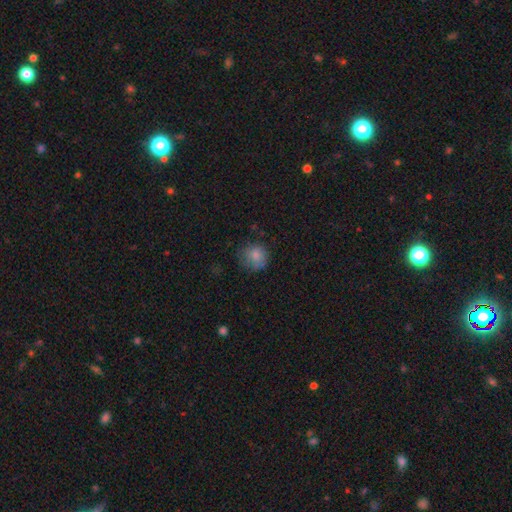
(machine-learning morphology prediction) A smooth galaxy with no disk features (81%) that is round (85%). Merging: none (68%).